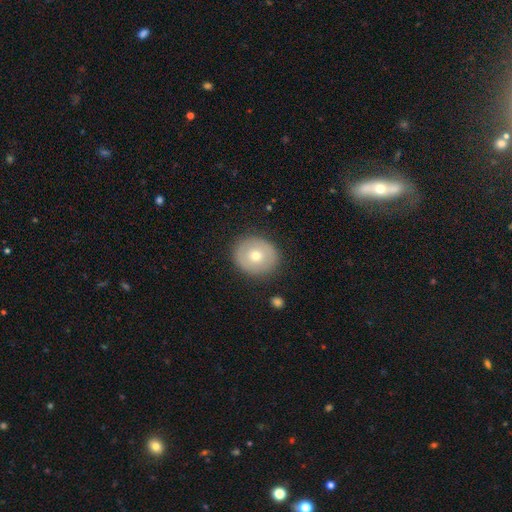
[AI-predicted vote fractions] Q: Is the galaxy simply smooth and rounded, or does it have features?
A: smooth — 61%.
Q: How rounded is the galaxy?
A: round — 79%.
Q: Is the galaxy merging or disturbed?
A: none — 86%.